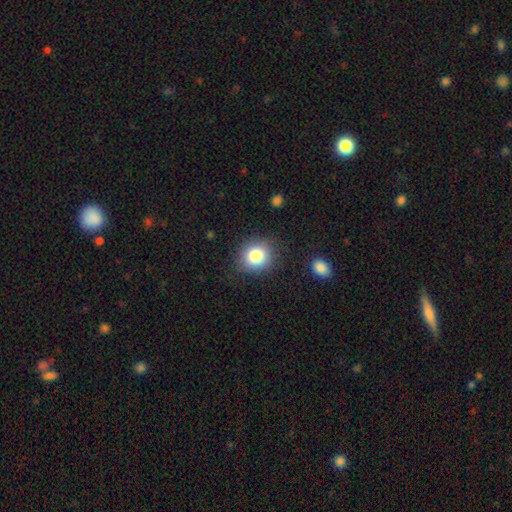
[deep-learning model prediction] Overall: smooth (82%). How rounded: round (79%). Merging: none (84%).